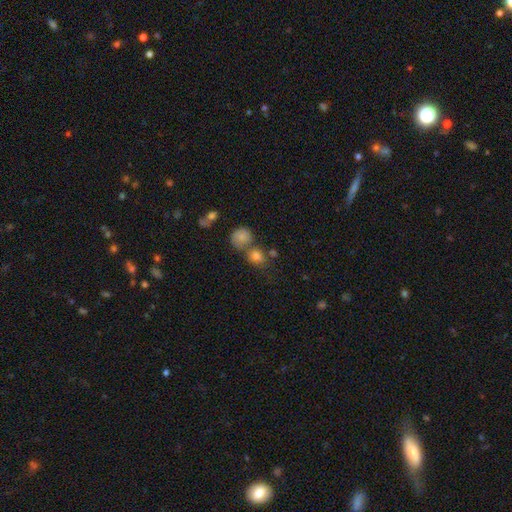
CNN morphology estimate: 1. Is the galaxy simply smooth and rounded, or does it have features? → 67% smooth, 21% star or artifact, 12% featured or disk.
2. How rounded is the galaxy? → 78% round, 20% in between, 2% cigar-shaped.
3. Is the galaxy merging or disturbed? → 52% none, 32% merger, 11% minor disturbance, 5% major disturbance.